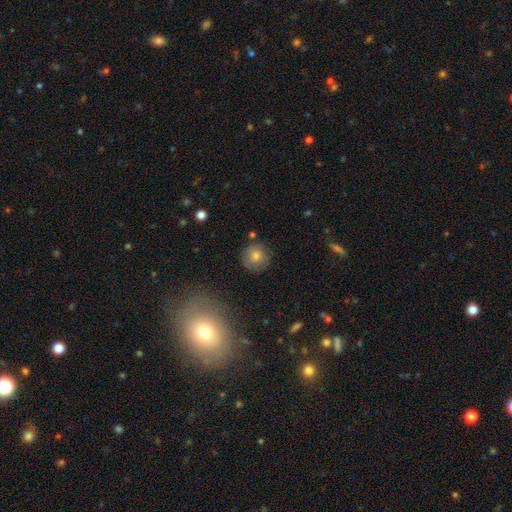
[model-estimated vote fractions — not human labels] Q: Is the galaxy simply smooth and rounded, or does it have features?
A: smooth — 66%.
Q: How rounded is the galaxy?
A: round — 92%.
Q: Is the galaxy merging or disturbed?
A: none — 81%.